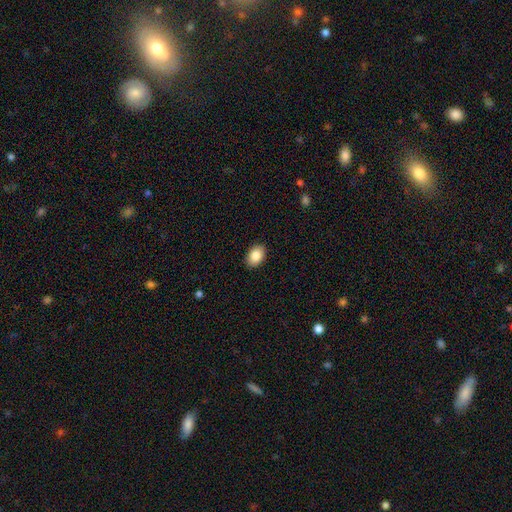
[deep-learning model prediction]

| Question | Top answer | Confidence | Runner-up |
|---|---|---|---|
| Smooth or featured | smooth | 86% | star or artifact (7%) |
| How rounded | in between | 81% | round (18%) |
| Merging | none | 90% | minor disturbance (7%) |